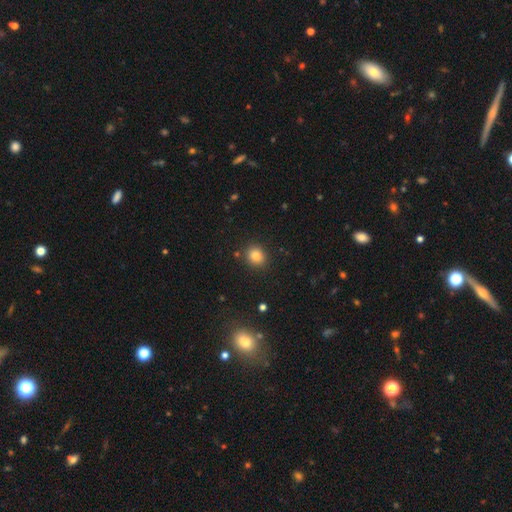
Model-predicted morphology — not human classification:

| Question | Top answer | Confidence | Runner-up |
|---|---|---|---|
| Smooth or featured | smooth | 82% | star or artifact (12%) |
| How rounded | round | 76% | in between (23%) |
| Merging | none | 88% | minor disturbance (7%) |